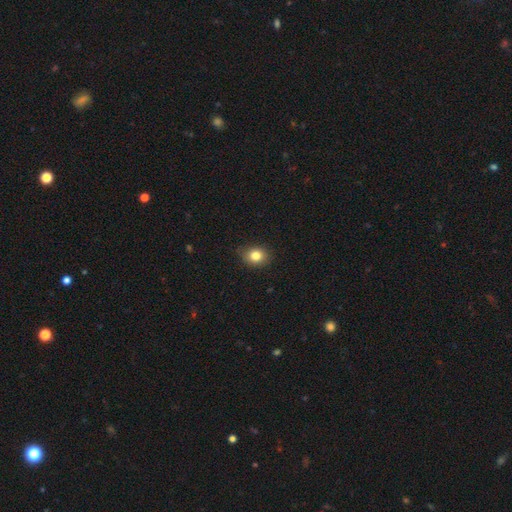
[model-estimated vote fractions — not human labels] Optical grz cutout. It shows a smooth galaxy with no disk features (82%) that is round (63%). Merging: none (81%).